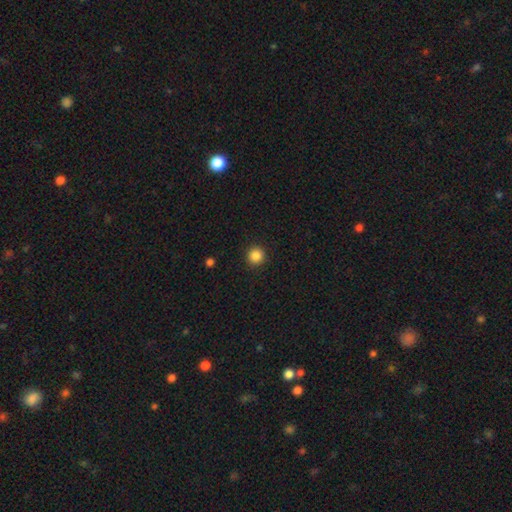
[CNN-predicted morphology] Smooth or featured?
  - smooth: 86% *
  - star or artifact: 11%
  - featured or disk: 3%
How rounded?
  - round: 95% *
  - in between: 4%
  - cigar-shaped: 1%
Merging?
  - none: 92% *
  - minor disturbance: 5%
  - major disturbance: 2%
  - merger: 1%